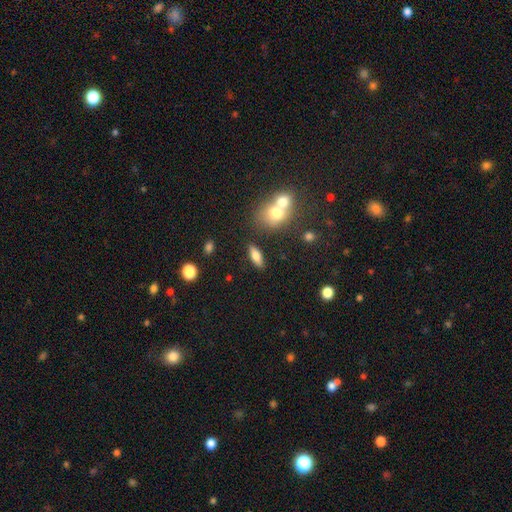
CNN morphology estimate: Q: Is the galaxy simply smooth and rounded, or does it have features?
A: smooth — 65%.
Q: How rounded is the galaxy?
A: in between — 61%.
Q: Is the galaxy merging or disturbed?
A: none — 79%.